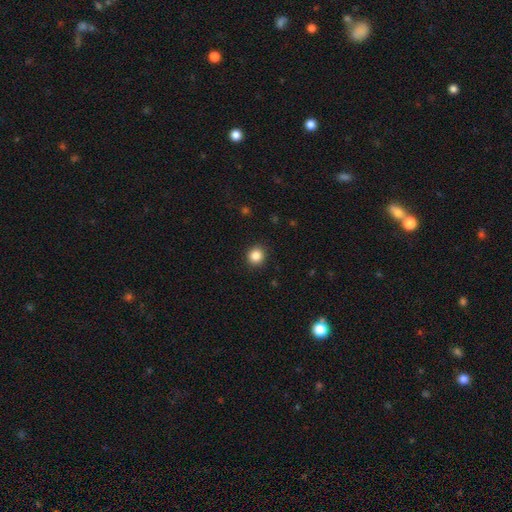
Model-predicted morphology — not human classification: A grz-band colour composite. It shows a smooth galaxy with no disk features (85%) that is round (90%). Merging: none (92%).